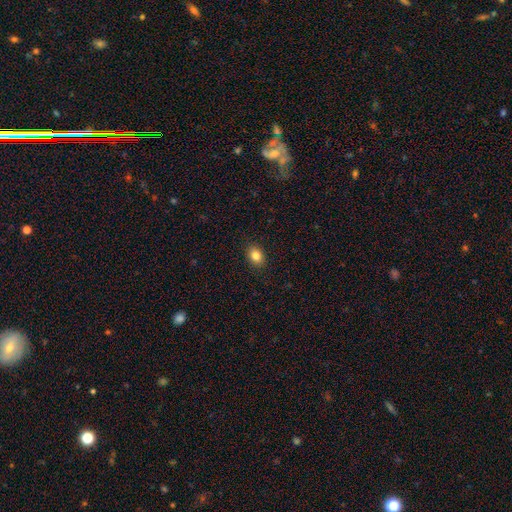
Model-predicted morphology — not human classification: A smooth galaxy with no disk features (84%) that is in between round and cigar-shaped (64%). Merging: none (90%).